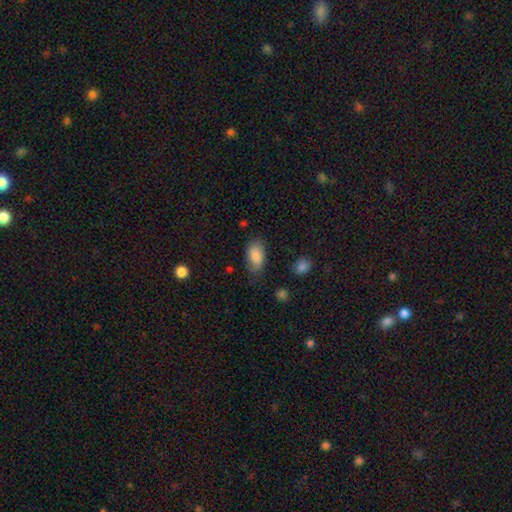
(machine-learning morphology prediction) Overall: smooth (84%). How rounded: in between (94%). Merging: none (71%).